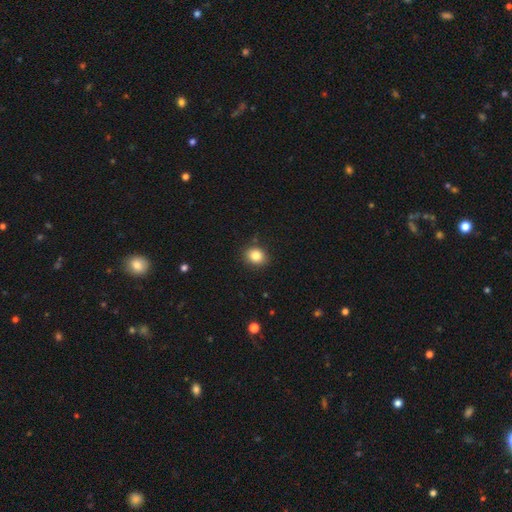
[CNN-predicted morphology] Overall: smooth (84%). How rounded: round (64%; in between 35%). Merging: none (86%).